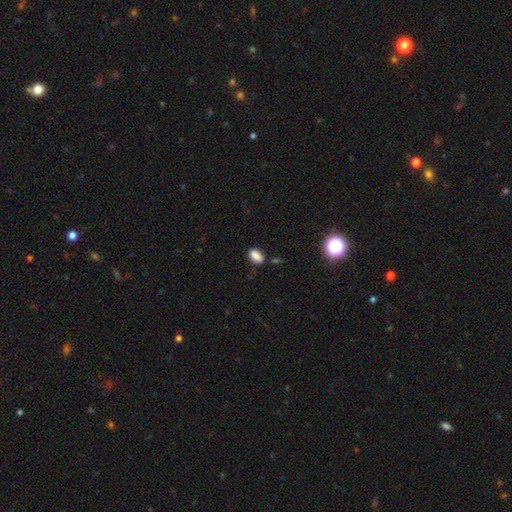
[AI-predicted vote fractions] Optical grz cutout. It shows a smooth galaxy with no disk features (85%) that is in between round and cigar-shaped (89%). Merging: none (75%).